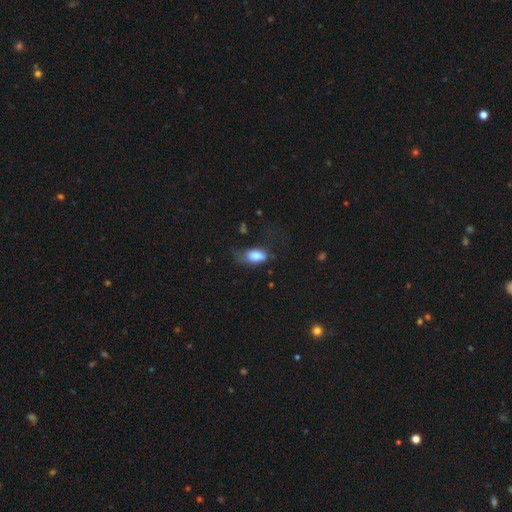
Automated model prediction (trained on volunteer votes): A smooth galaxy with no disk features (79%) that is in between round and cigar-shaped (89%).

Vote fractions:
- Smooth or featured? smooth: 79% / featured or disk: 13% / star or artifact: 8%
- How rounded? in between: 89% / round: 6% / cigar-shaped: 5%
- Merging? none: 40% / minor disturbance: 31% / major disturbance: 26% / merger: 2%